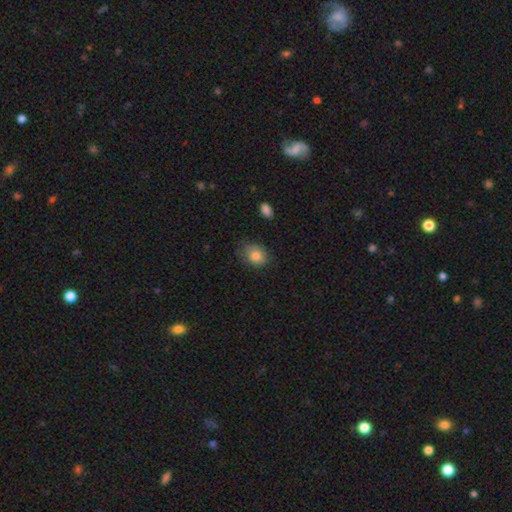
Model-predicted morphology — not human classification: Smooth or featured? Predicted: smooth (p=0.82). How rounded? Predicted: in between (p=0.53). Merging? Predicted: none (p=0.67).